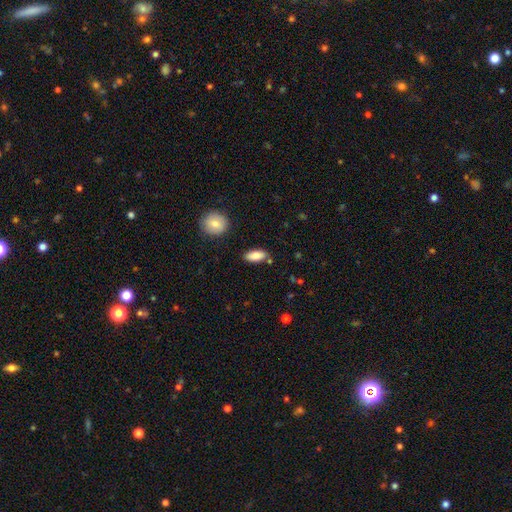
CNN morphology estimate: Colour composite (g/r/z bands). It shows a smooth galaxy with no disk features (85%) that is in between round and cigar-shaped (87%). Merging: none (83%).